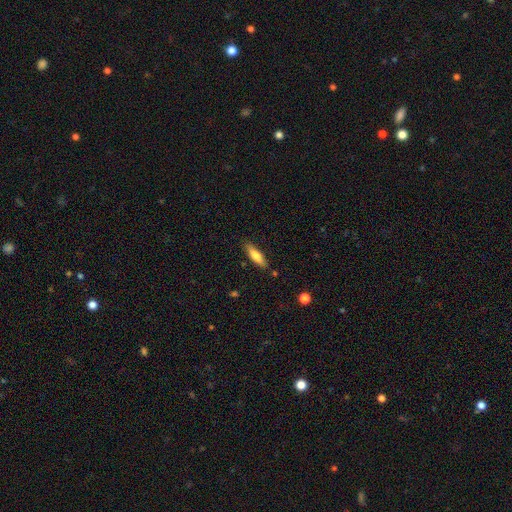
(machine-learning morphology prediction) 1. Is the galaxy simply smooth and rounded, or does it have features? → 74% smooth, 20% featured or disk, 6% star or artifact.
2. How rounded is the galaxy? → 60% cigar-shaped, 39% in between, 2% round.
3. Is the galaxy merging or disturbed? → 84% none, 12% minor disturbance, 2% major disturbance, 2% merger.